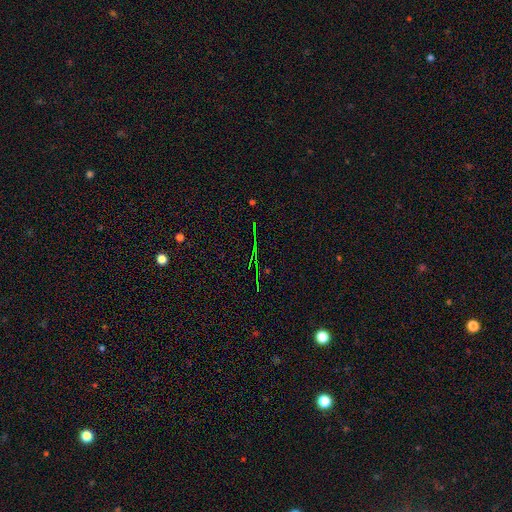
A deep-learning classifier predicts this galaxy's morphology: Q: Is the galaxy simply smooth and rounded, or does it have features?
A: star or artifact — 72%.